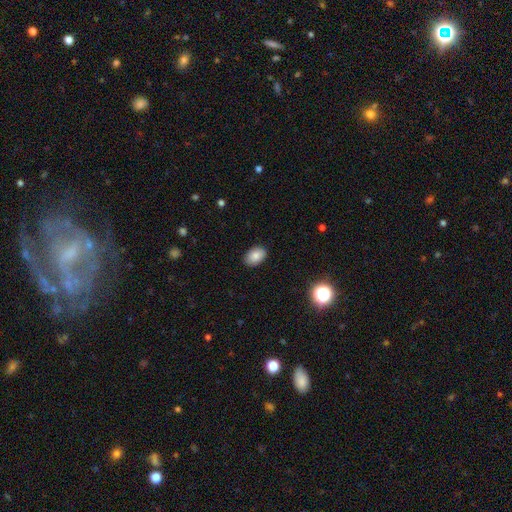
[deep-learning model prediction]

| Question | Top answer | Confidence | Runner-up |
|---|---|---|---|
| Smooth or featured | smooth | 85% | star or artifact (8%) |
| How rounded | in between | 86% | round (13%) |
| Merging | none | 88% | minor disturbance (9%) |